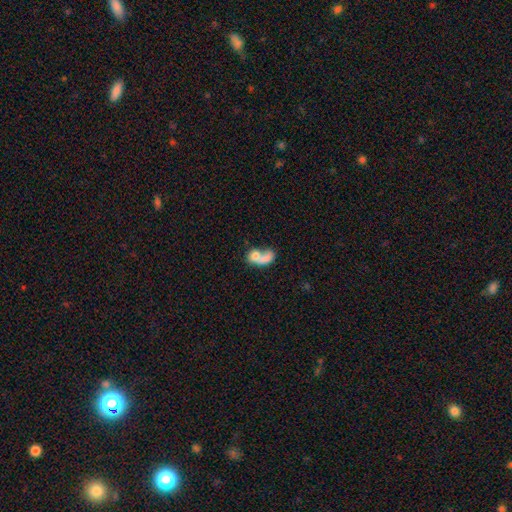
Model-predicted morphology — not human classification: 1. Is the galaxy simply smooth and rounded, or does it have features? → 67% smooth, 24% featured or disk, 9% star or artifact.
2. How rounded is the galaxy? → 65% in between, 31% round, 4% cigar-shaped.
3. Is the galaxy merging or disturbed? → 65% merger, 17% none, 11% major disturbance, 7% minor disturbance.